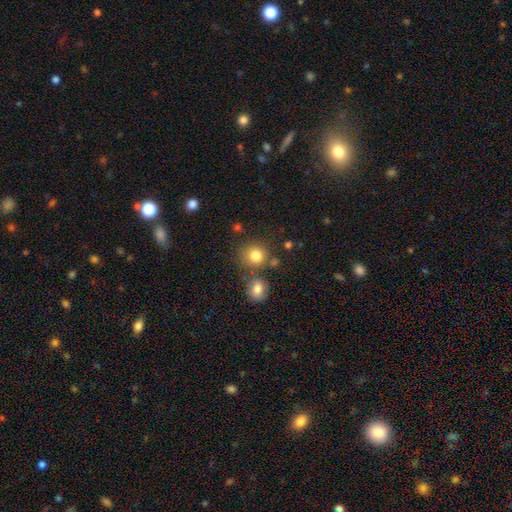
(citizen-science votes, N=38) Morphology: type=smooth (89%); roundness=round (85%); merging=none (72%).